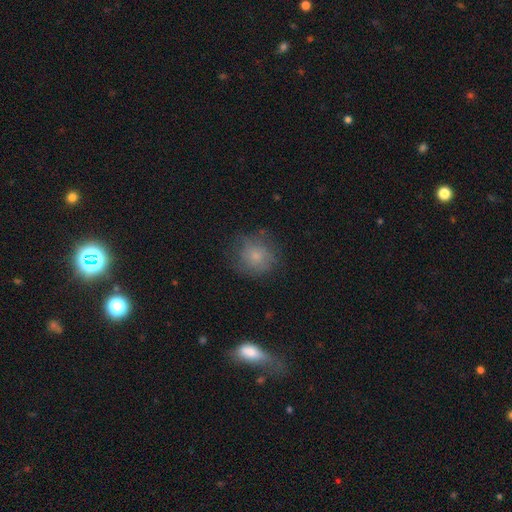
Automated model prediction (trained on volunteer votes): This is likely a smooth galaxy (69%). How rounded: clearly round (85%). Merging: likely none (70%).